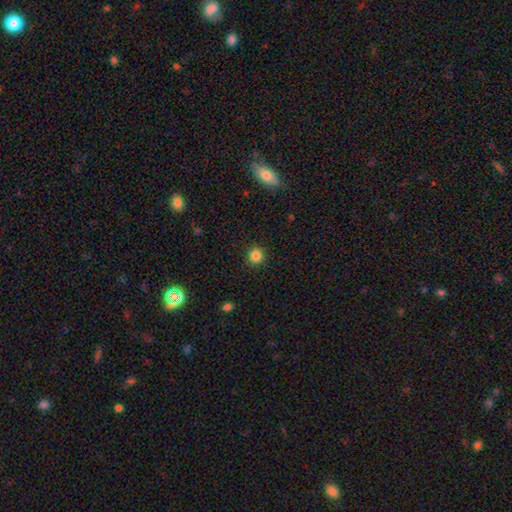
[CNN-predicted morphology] Smooth or featured? Predicted: smooth (p=0.84). How rounded? Predicted: round (p=0.92). Merging? Predicted: none (p=0.91).